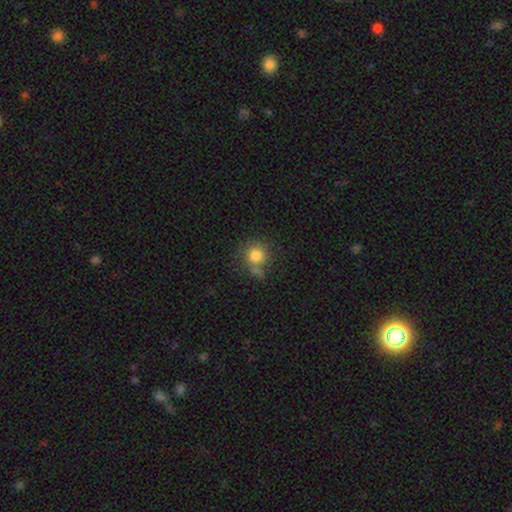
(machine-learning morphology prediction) smooth_or_featured: smooth (p=0.81) [alt: star or artifact p=0.11]
how_rounded: round (p=0.90) [alt: in between p=0.09]
merging: none (p=0.62) [alt: minor disturbance p=0.17]